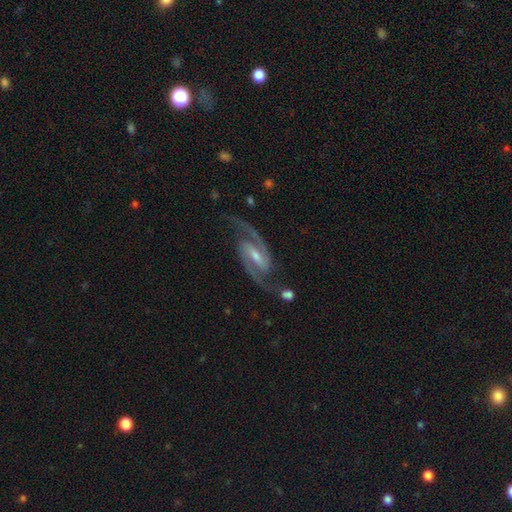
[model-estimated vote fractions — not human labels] A featured or disk galaxy (93%) with a strong bar (46%), 2 (94%) medium (63%) spiral arms (98%) and a small central bulge (45%). Merging: none (79%).